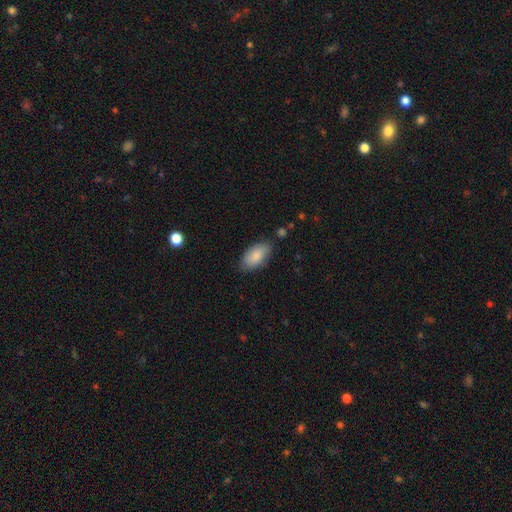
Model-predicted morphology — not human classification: smooth 85%, featured or disk 9%, star or artifact 6%. Down the decision tree: how rounded — in between (94%); merging — none (77%).